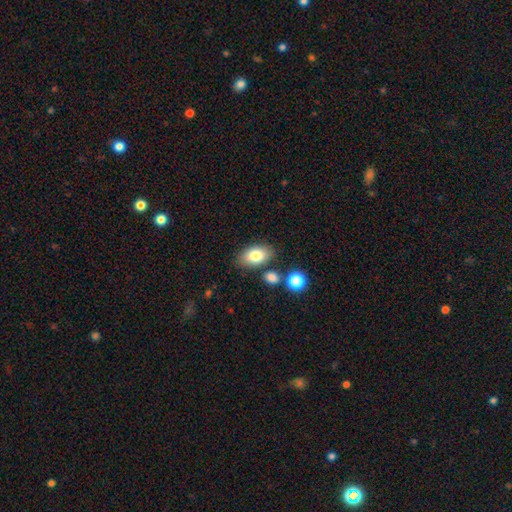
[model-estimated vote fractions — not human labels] A smooth galaxy with no disk features (81%) that is in between round and cigar-shaped (91%). Merging: none (78%).